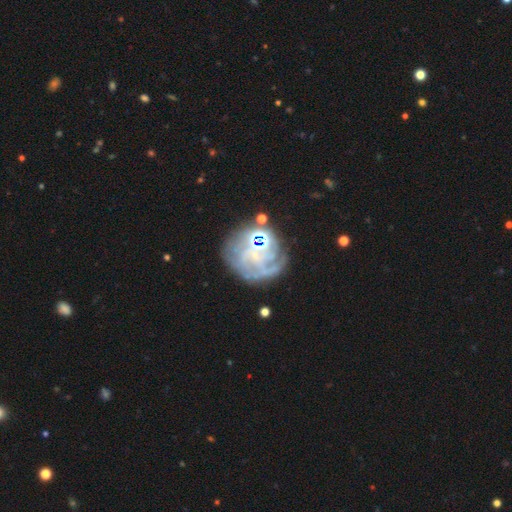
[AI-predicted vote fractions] Q: Smooth or featured?
A: featured or disk (66%); runner-up: star or artifact (18%)
Q: Edge-on disk?
A: no (97%); runner-up: yes (3%)
Q: Bar?
A: no (67%); runner-up: weak (24%)
Q: Spiral arms?
A: yes (70%); runner-up: no (30%)
Q: Bulge size?
A: small (42%); runner-up: none (39%)
Q: Merging?
A: none (57%); runner-up: major disturbance (19%)